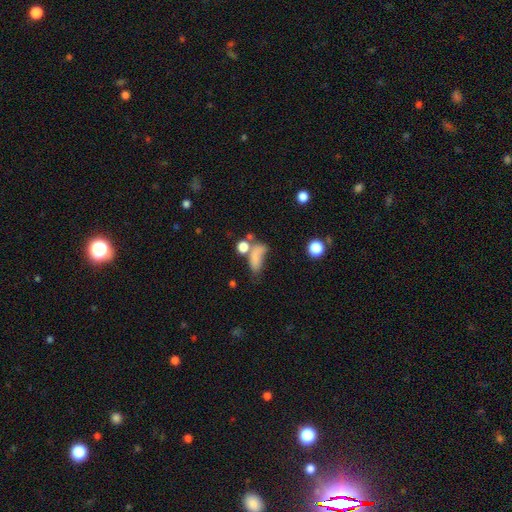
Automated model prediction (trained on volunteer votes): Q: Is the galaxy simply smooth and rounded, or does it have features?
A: smooth — 69%.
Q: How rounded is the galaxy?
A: in between — 71%.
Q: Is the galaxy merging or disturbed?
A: none — 30%.